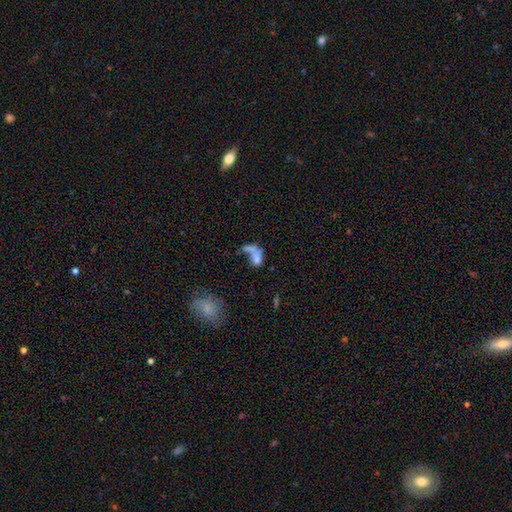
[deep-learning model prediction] This appears to be a smooth galaxy with no disk features (64%) that is in between round and cigar-shaped (75%). Merging: merger (52%).